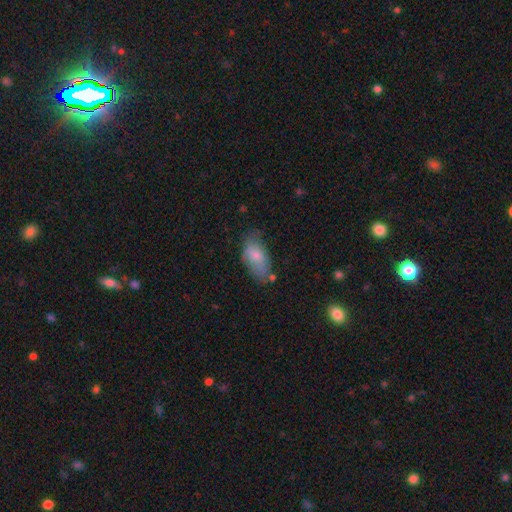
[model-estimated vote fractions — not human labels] smooth_or_featured: smooth (p=0.72) [alt: featured or disk p=0.21]
how_rounded: in between (p=0.91) [alt: cigar-shaped p=0.05]
merging: none (p=0.55) [alt: minor disturbance p=0.30]